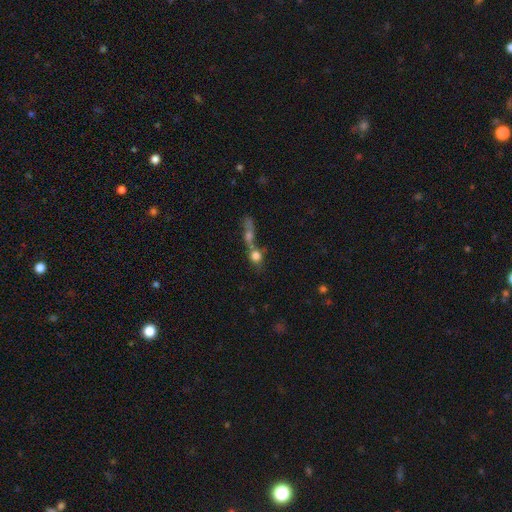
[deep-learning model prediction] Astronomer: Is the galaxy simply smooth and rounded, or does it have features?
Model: smooth — 68%.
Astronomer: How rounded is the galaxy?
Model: round — 69%.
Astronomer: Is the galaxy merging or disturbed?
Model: merger — 65%.